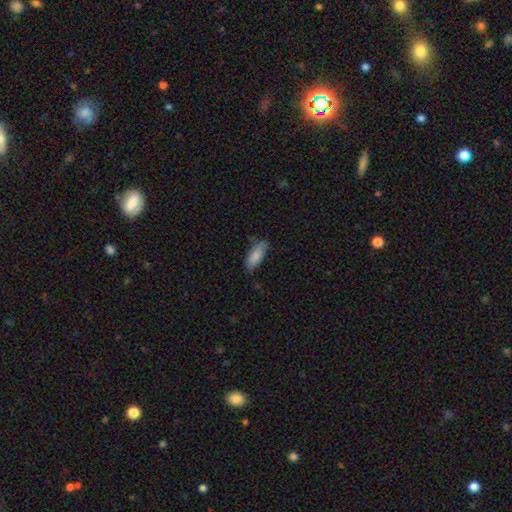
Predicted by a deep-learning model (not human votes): A smooth galaxy with no disk features (85%) that is in between round and cigar-shaped (77%). Merging: none (70%).